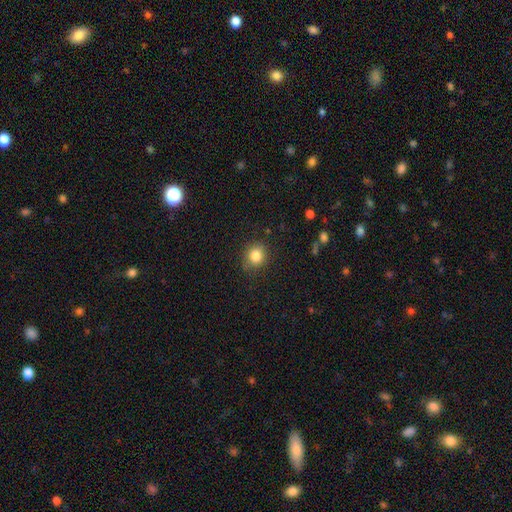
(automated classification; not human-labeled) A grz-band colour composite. It shows a smooth galaxy with no disk features (83%) that is round (76%). Merging: none (81%).